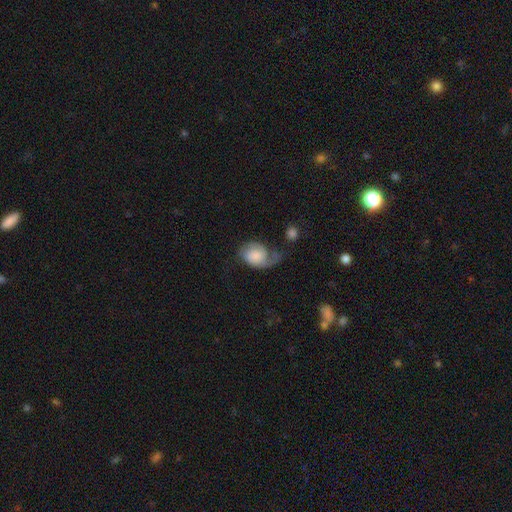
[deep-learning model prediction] featured or disk 53%, smooth 39%, star or artifact 8%. Down the decision tree: edge-on disk — no (97%); bar — no (70%); spiral arms — yes (88%); bulge size — none (28%); merging — major disturbance (37%).